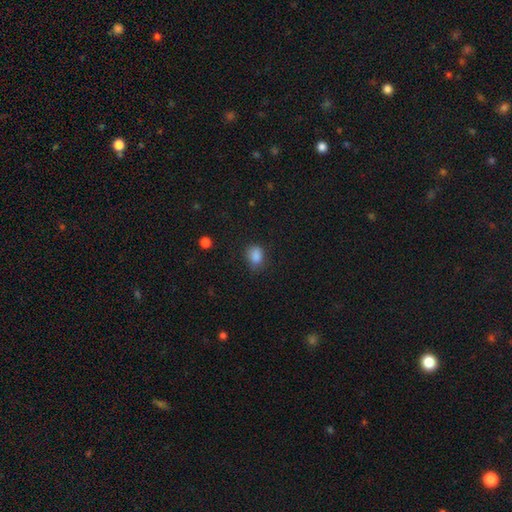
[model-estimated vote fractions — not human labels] Overall: smooth (84%). How rounded: in between (60%; round 38%). Merging: none (66%; minor disturbance 26%).